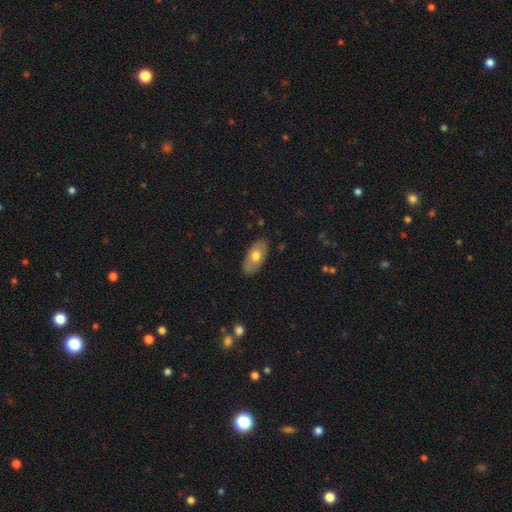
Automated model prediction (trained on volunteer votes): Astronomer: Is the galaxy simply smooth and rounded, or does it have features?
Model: smooth — 66%.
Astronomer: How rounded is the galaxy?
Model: in between — 92%.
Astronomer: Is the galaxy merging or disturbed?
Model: none — 84%.